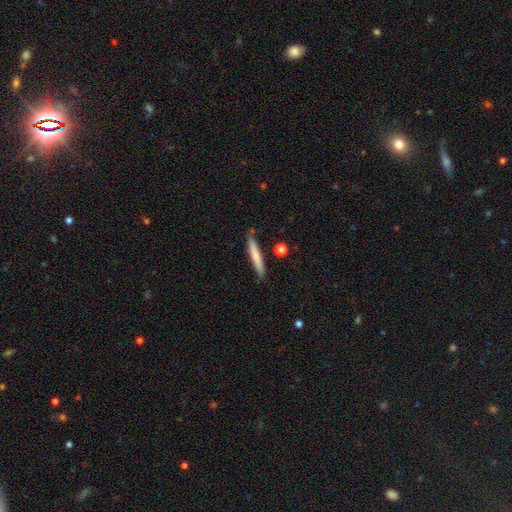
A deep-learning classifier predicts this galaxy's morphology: A smooth galaxy with no disk features (74%) that is cigar-shaped (93%). Merging: none (84%).